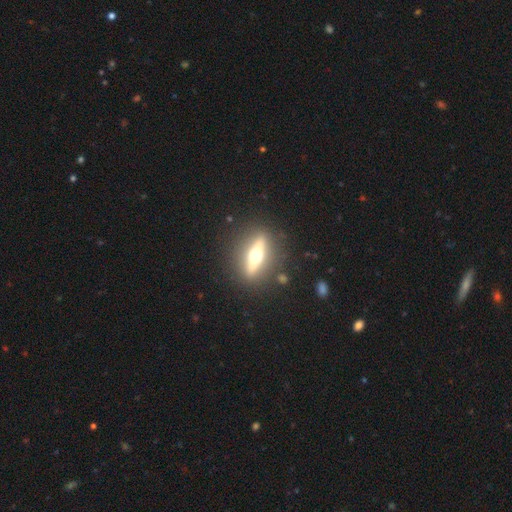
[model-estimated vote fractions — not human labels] The model was most divided on "smooth or featured": featured or disk: 63%, smooth: 29%, star or artifact: 8%. More confident: edge-on bulge — rounded (96%); merging — none (86%); edge-on disk — yes (84%).